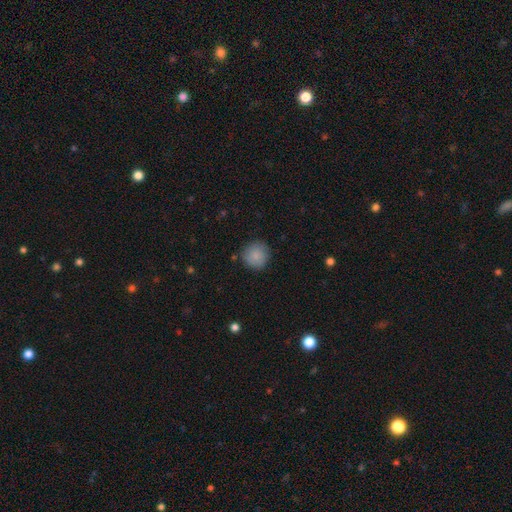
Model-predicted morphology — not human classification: A smooth galaxy with no disk features (86%) that is round (93%).

Vote fractions:
- Smooth or featured? smooth: 86% / star or artifact: 8% / featured or disk: 6%
- How rounded? round: 93% / in between: 6% / cigar-shaped: 1%
- Merging? none: 85% / minor disturbance: 11% / major disturbance: 3% / merger: 2%